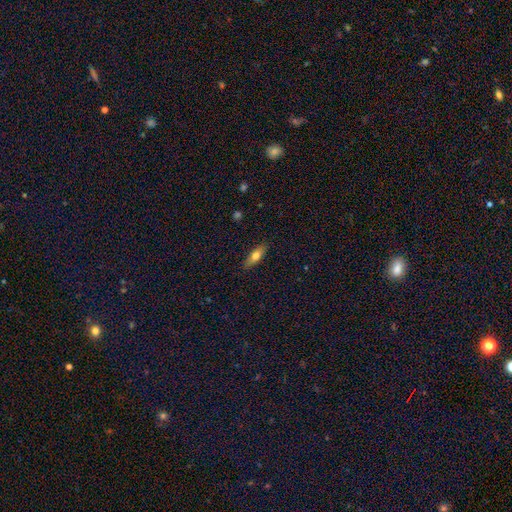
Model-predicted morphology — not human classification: A smooth galaxy with no disk features (65%) that is in between round and cigar-shaped (54%).

Vote fractions:
- Smooth or featured? smooth: 65% / featured or disk: 28% / star or artifact: 7%
- How rounded? in between: 54% / cigar-shaped: 43% / round: 3%
- Merging? none: 87% / minor disturbance: 10% / major disturbance: 2% / merger: 1%